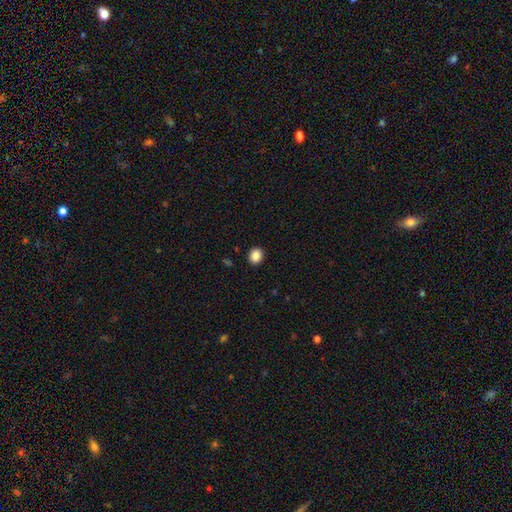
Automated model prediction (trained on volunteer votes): Smooth or featured?
  - smooth: 87% *
  - star or artifact: 9%
  - featured or disk: 4%
How rounded?
  - round: 62% *
  - in between: 37%
  - cigar-shaped: 1%
Merging?
  - none: 91% *
  - minor disturbance: 6%
  - major disturbance: 2%
  - merger: 1%